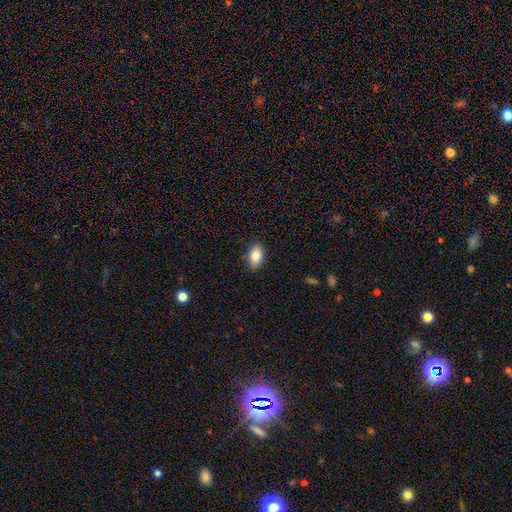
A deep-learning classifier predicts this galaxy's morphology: smooth 84%, featured or disk 9%, star or artifact 7%. Down the decision tree: how rounded — in between (91%); merging — none (87%).